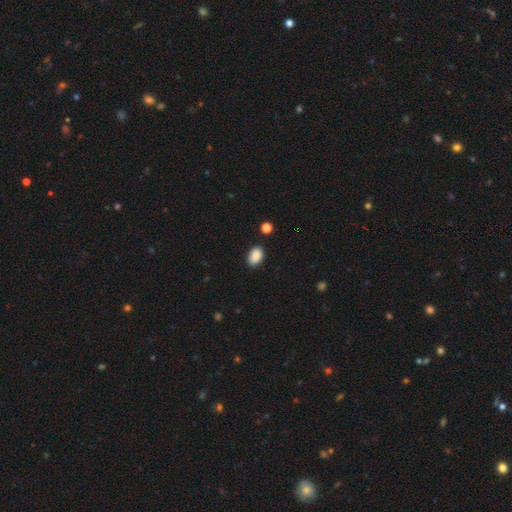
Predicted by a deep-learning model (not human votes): The model was most divided on "how rounded": in between: 86%, round: 13%, cigar-shaped: 1%. More confident: smooth or featured — smooth (88%); merging — none (85%).